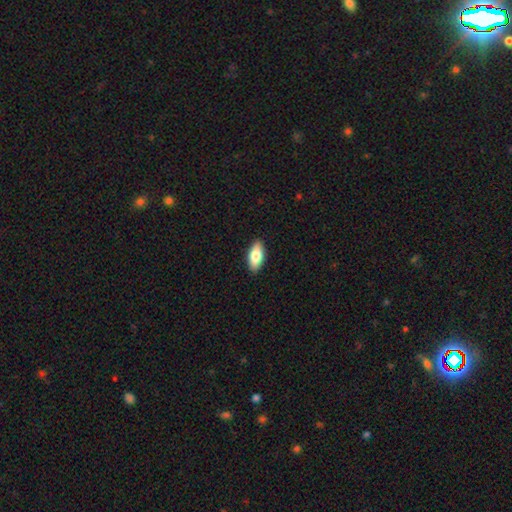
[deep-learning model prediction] Overall: smooth (78%). How rounded: in between (87%). Merging: none (90%).